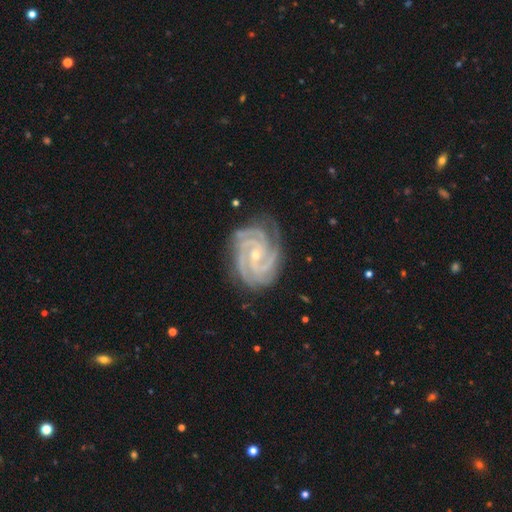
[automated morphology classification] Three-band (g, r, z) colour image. It shows a featured or disk galaxy (92%) with no bar (58%), 3 (35%) tight (79%) spiral arms (99%) and a small central bulge (69%). Merging: none (81%).